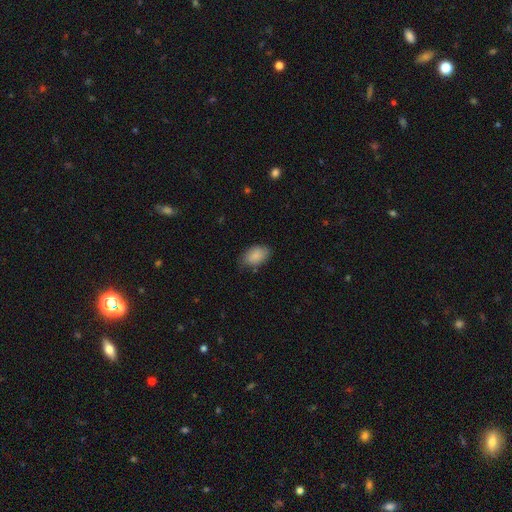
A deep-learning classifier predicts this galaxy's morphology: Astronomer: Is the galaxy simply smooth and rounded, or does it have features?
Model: smooth — 87%.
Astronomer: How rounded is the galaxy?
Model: in between — 90%.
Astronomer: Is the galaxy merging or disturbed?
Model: none — 72%.